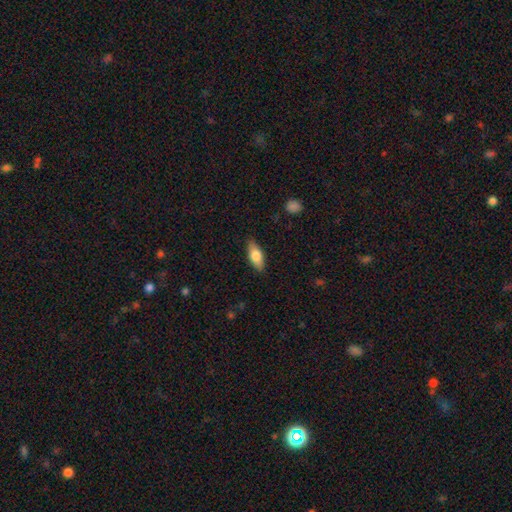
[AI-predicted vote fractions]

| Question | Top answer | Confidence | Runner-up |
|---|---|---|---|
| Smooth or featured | smooth | 72% | featured or disk (22%) |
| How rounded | in between | 76% | cigar-shaped (21%) |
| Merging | none | 87% | minor disturbance (10%) |